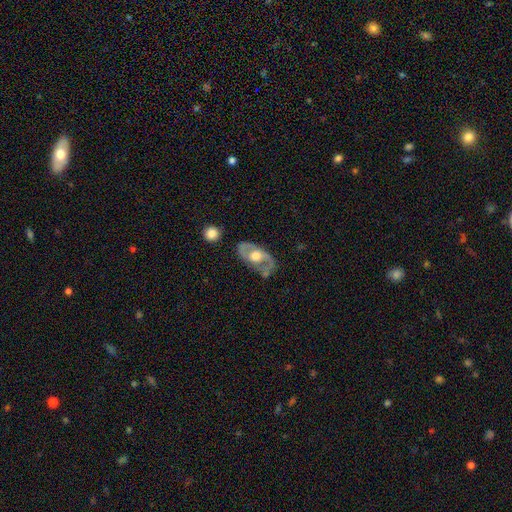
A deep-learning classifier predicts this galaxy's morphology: Smooth or featured? Predicted: featured or disk (p=0.70). Edge-on disk? Predicted: no (p=0.88). Bar? Predicted: no (p=0.72). Spiral arms? Predicted: yes (p=0.54). Bulge size? Predicted: moderate (p=0.53). Merging? Predicted: none (p=0.65).